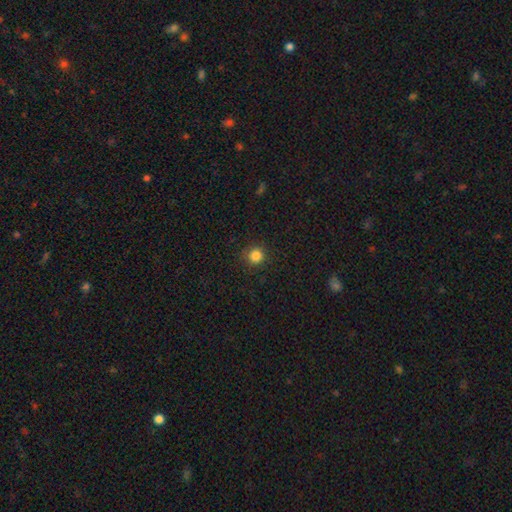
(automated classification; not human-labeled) Smooth or featured?
  - smooth: 84% *
  - star or artifact: 12%
  - featured or disk: 4%
How rounded?
  - round: 93% *
  - in between: 6%
  - cigar-shaped: 1%
Merging?
  - none: 89% *
  - minor disturbance: 8%
  - major disturbance: 2%
  - merger: 1%